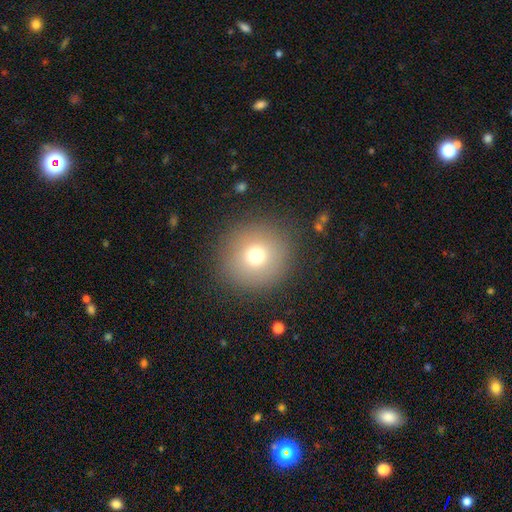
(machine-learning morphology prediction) Smooth or featured? Predicted: smooth (p=0.70). How rounded? Predicted: round (p=0.94). Merging? Predicted: none (p=0.90).